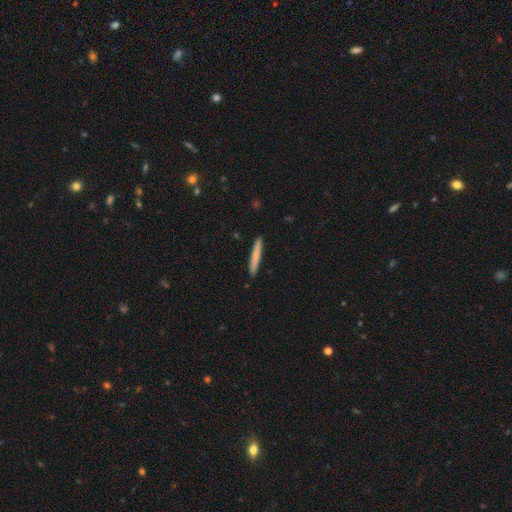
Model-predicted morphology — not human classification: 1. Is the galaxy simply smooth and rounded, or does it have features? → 77% smooth, 18% featured or disk, 5% star or artifact.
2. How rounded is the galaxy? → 96% cigar-shaped, 3% in between, 1% round.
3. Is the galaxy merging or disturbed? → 91% none, 6% minor disturbance, 1% major disturbance, 1% merger.